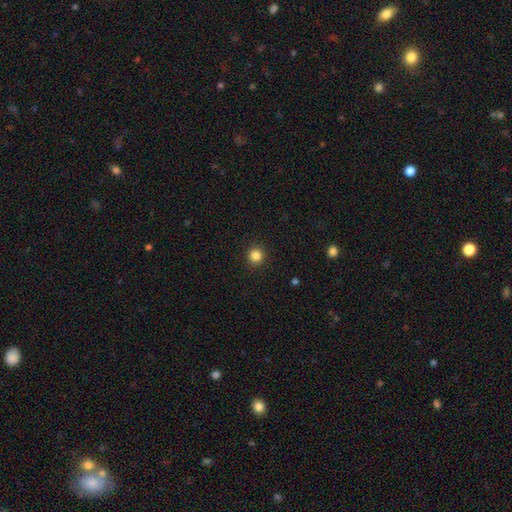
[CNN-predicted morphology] Q: Smooth or featured?
A: smooth (84%); runner-up: star or artifact (12%)
Q: How rounded?
A: round (93%); runner-up: in between (7%)
Q: Merging?
A: none (93%); runner-up: minor disturbance (5%)